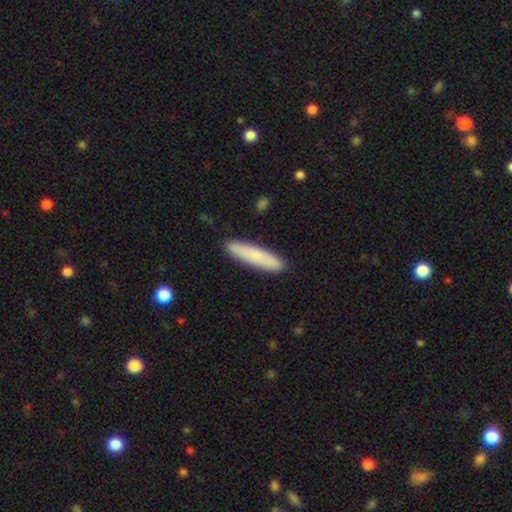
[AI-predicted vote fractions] smooth-or-featured: smooth: 79% | featured or disk: 15% | star or artifact: 6%
  how-rounded: cigar-shaped: 87% | in between: 12% | round: 1%
  merging: none: 90% | minor disturbance: 8% | major disturbance: 1% | merger: 1%